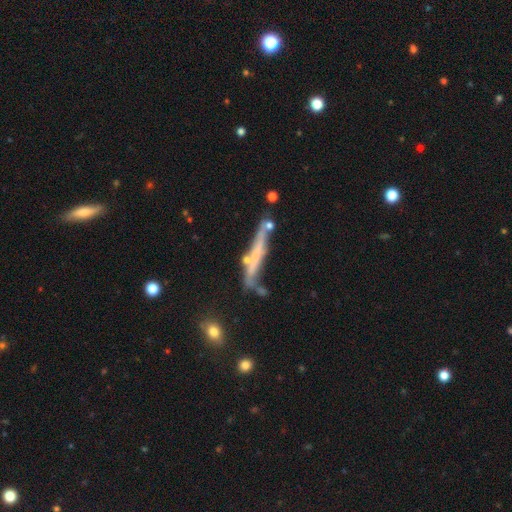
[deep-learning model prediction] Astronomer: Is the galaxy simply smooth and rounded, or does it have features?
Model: featured or disk — 57% (runner-up: smooth, 34%).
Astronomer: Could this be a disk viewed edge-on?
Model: yes — 88%.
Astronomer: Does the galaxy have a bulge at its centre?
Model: none — 71%.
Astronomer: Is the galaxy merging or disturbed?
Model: none — 62%.